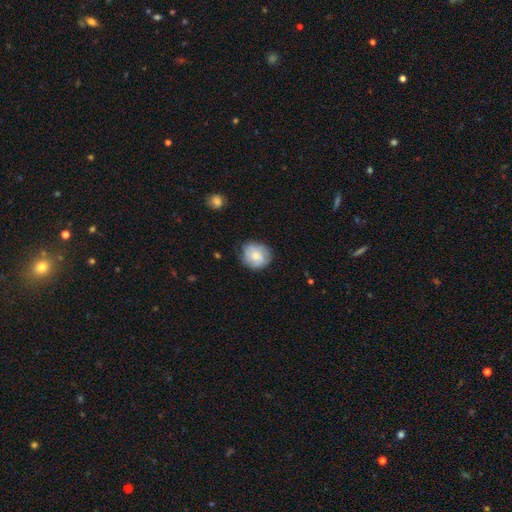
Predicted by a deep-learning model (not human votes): This is likely a smooth galaxy (66%). How rounded: likely round (77%). Merging: likely none (72%).